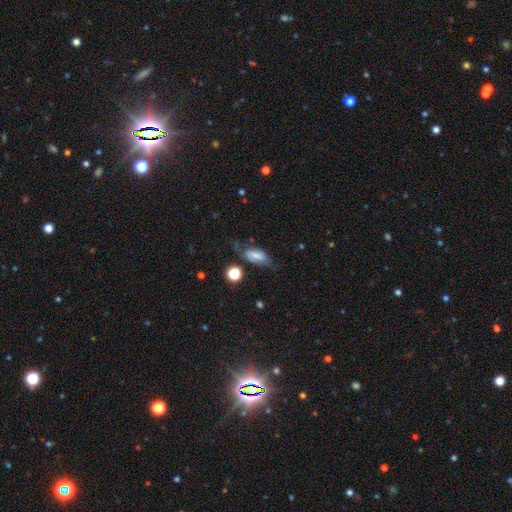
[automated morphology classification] Smooth or featured?
  - smooth: 55% *
  - featured or disk: 34%
  - star or artifact: 11%
How rounded?
  - in between: 80% *
  - cigar-shaped: 13%
  - round: 7%
Merging?
  - none: 52% *
  - minor disturbance: 27%
  - major disturbance: 16%
  - merger: 5%